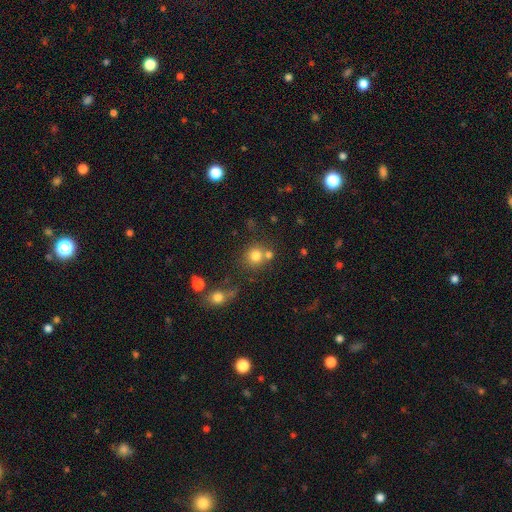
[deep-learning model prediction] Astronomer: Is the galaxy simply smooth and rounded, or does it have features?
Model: smooth — 78%.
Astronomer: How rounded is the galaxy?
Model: round — 87%.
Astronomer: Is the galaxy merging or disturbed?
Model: none — 61%.